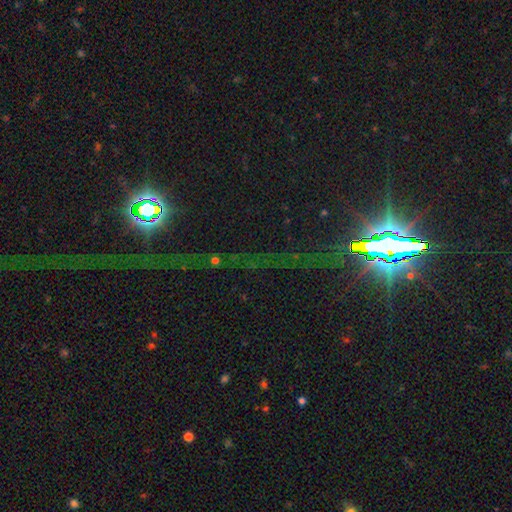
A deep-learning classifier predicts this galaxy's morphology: A star or artifact, not a galaxy (79%).

Vote fractions:
- Smooth or featured? star or artifact: 79% / featured or disk: 12% / smooth: 9%